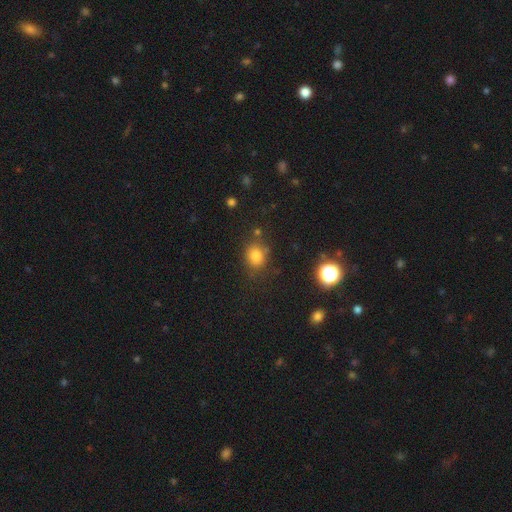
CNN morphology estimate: The model was most divided on "how rounded": round: 60%, in between: 39%, cigar-shaped: 1%. More confident: smooth or featured — smooth (78%); merging — none (74%).